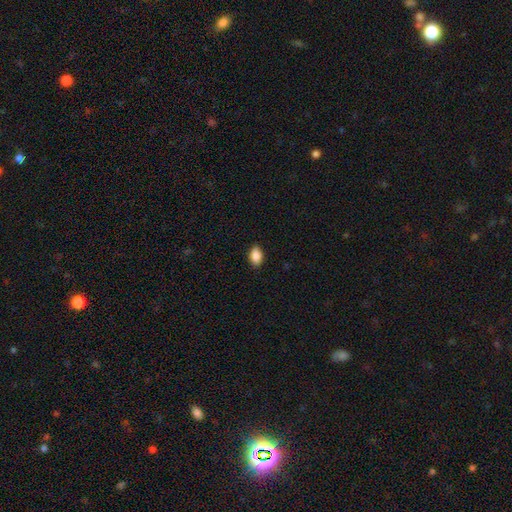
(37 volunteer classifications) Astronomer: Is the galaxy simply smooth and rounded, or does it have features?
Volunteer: smooth — 92%.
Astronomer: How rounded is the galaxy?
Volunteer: in between — 71%.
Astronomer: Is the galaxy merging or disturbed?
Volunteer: none — 77%.